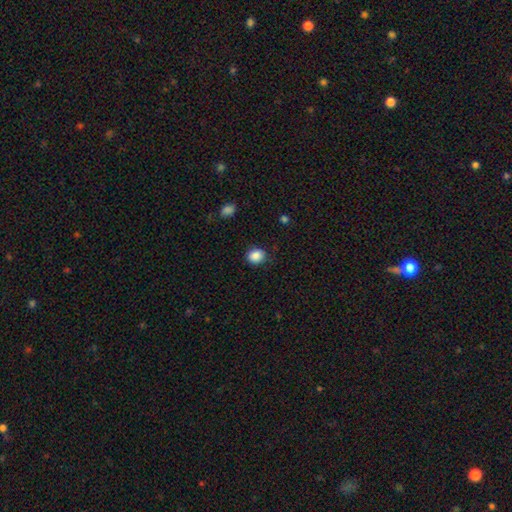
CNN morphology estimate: smooth 87%, star or artifact 9%, featured or disk 3%. Down the decision tree: how rounded — round (63%); merging — none (85%).